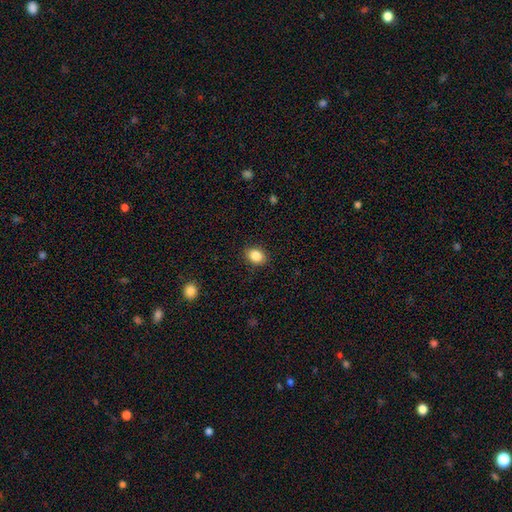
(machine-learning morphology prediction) type=smooth (87%); roundness=in between (64%); merging=none (89%).